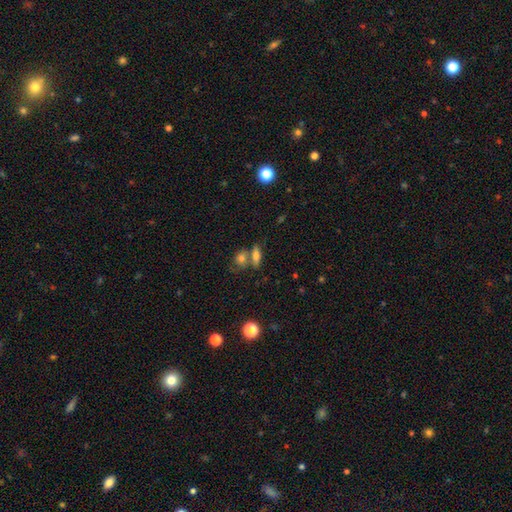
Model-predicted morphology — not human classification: A smooth galaxy with no disk features (64%) that is in between round and cigar-shaped (53%). Merging: none (52%).